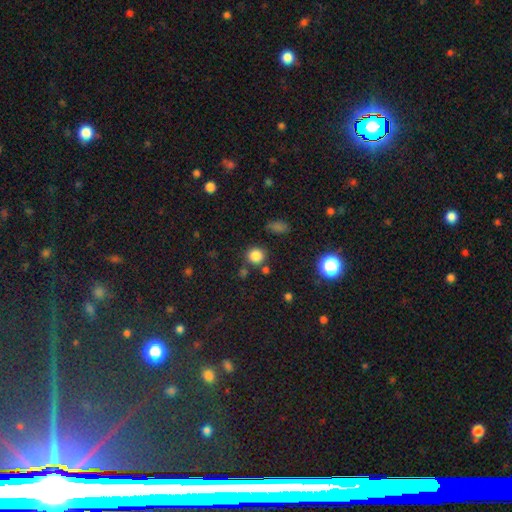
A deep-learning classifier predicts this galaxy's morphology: A smooth galaxy with no disk features (82%) that is round (89%). Merging: none (81%).